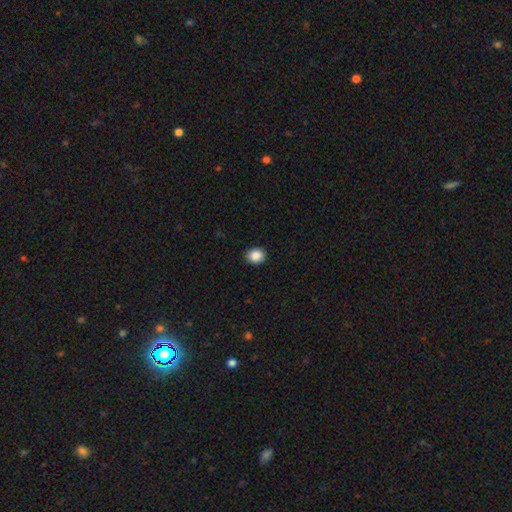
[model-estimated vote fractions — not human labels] A smooth galaxy with no disk features (88%) that is round (71%). Merging: none (91%).